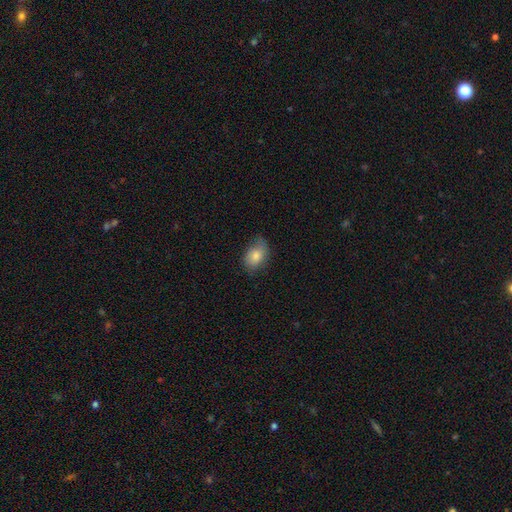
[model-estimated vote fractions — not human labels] The model was most divided on "merging": none: 65%, minor disturbance: 27%, major disturbance: 7%, merger: 1%. More confident: how rounded — in between (85%); smooth or featured — smooth (81%).